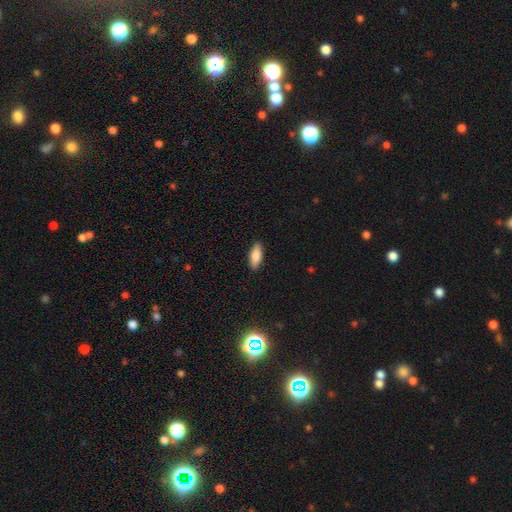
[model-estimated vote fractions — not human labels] Smooth or featured? Predicted: smooth (p=0.85). How rounded? Predicted: in between (p=0.76). Merging? Predicted: none (p=0.89).